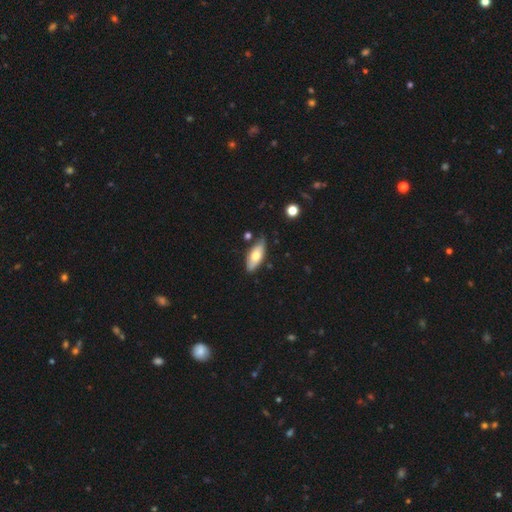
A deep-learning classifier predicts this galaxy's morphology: type=smooth (66%); roundness=in between (78%); merging=none (77%).